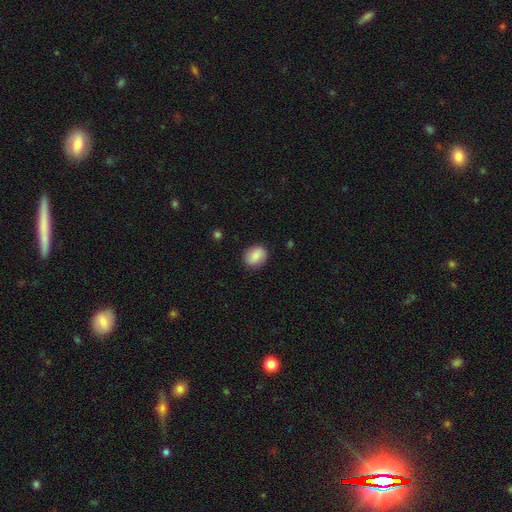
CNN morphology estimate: Q: Smooth or featured?
A: smooth (85%); runner-up: featured or disk (8%)
Q: How rounded?
A: round (54%); runner-up: in between (45%)
Q: Merging?
A: none (86%); runner-up: minor disturbance (10%)